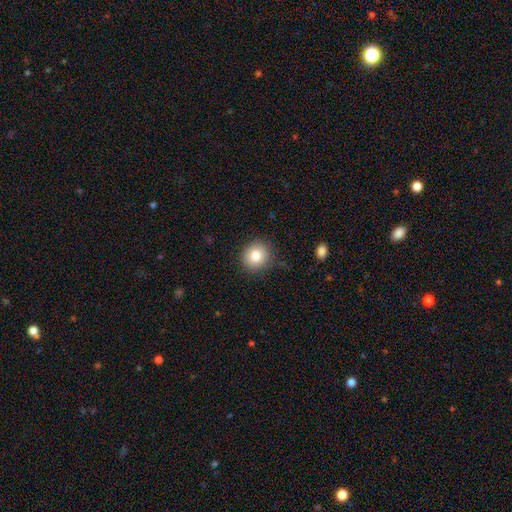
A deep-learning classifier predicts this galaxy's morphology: This appears to be a smooth galaxy with no disk features (80%) that is round (87%). Merging: none (85%).